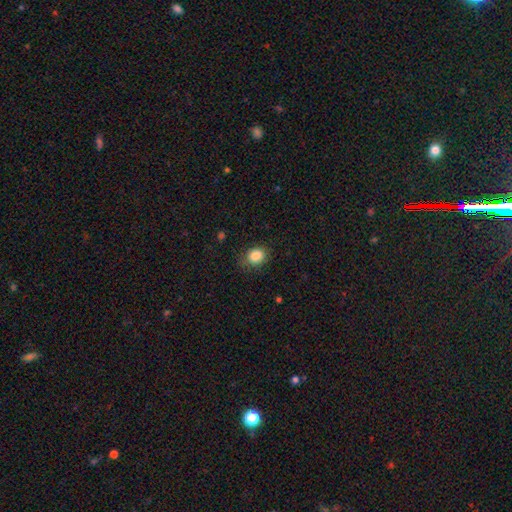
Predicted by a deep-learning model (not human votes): This is clearly a smooth galaxy (86%). How rounded: possibly in between (50%). Merging: likely none (75%).